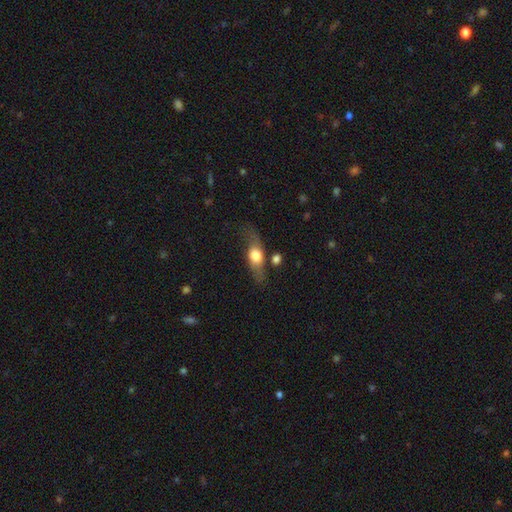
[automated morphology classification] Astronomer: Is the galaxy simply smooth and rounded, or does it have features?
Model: smooth — 54% (runner-up: featured or disk, 39%).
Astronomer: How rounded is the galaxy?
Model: in between — 60%.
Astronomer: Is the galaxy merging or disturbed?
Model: none — 58%.